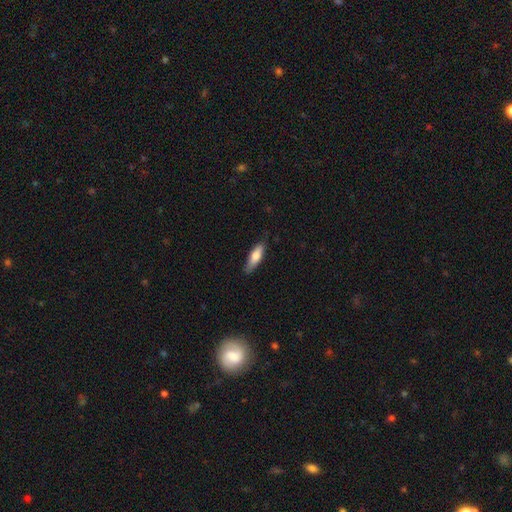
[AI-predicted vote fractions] This is likely a smooth galaxy (73%). How rounded: possibly cigar-shaped (56%). Merging: likely none (79%).